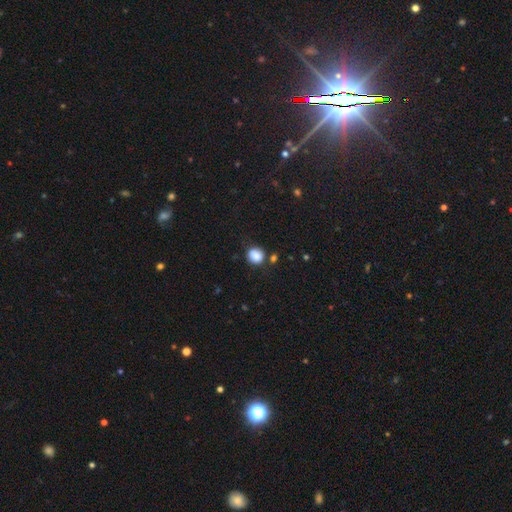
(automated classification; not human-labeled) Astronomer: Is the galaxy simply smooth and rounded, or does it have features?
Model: smooth — 86%.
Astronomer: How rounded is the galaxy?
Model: round — 76%.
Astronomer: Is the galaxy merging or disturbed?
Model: none — 72%.